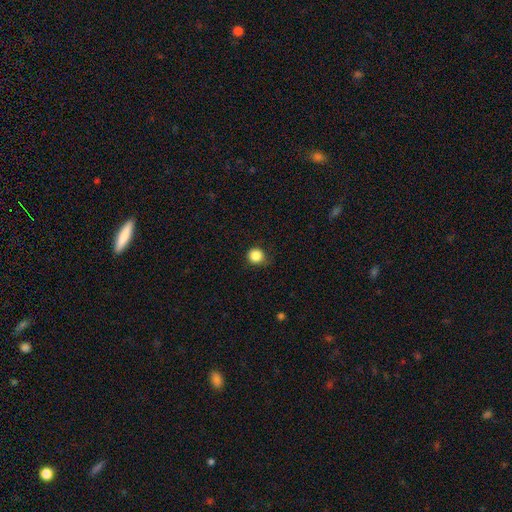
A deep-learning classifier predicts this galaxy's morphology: smooth-or-featured: smooth: 86% | star or artifact: 10% | featured or disk: 3%
  how-rounded: round: 92% | in between: 7% | cigar-shaped: 1%
  merging: none: 80% | minor disturbance: 15% | major disturbance: 3% | merger: 1%